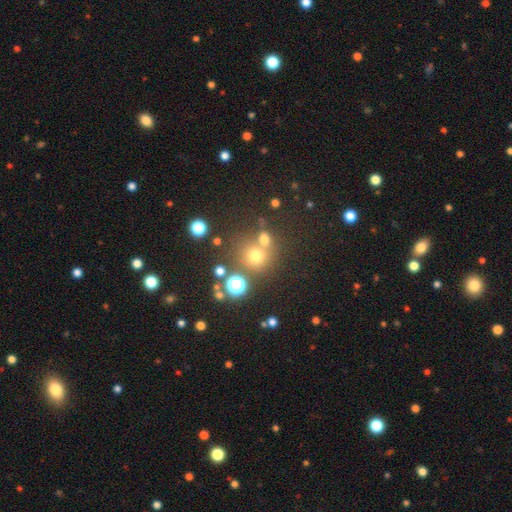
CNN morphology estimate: Smooth or featured? Predicted: smooth (p=0.67). How rounded? Predicted: round (p=0.89). Merging? Predicted: none (p=0.62).